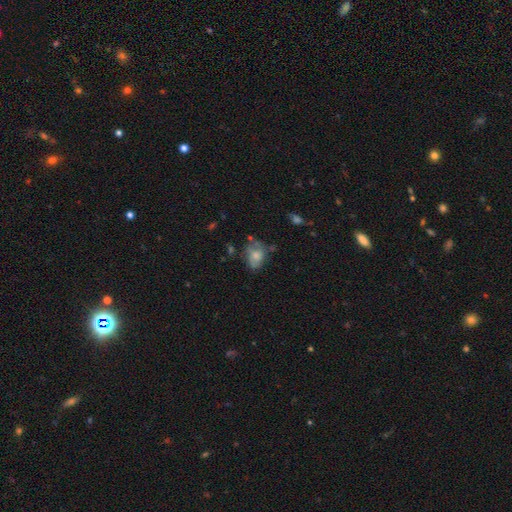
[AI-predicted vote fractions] smooth 56%, featured or disk 35%, star or artifact 10%. Down the decision tree: how rounded — in between (71%); merging — none (40%).